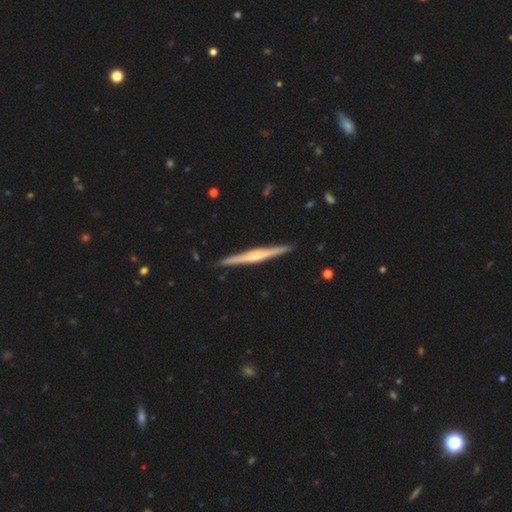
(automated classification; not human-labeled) Smooth or featured? featured or disk (75%)
Edge-on disk? yes (98%)
Edge-on bulge? rounded (66%)
Merging? none (91%)